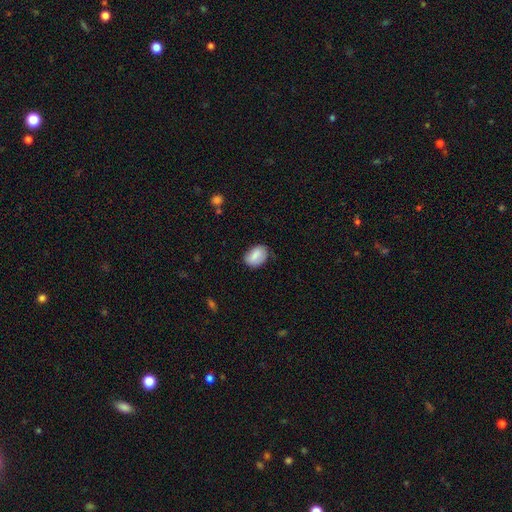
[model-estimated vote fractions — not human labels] Smooth or featured: smooth — 82% (featured or disk — 11%)
How rounded: in between — 82% (round — 16%)
Merging: none — 71% (minor disturbance — 23%)